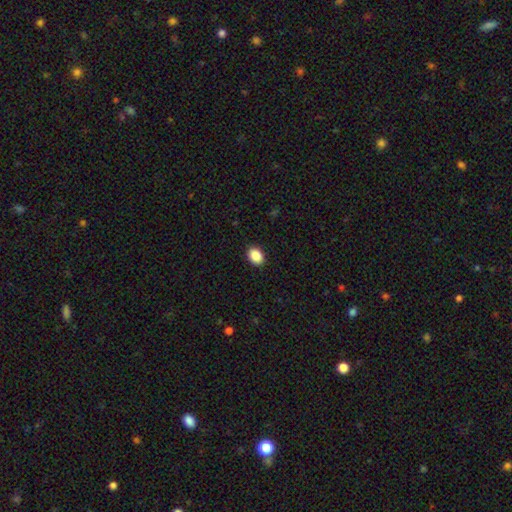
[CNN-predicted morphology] This appears to be a smooth galaxy with no disk features (89%) that is in between round and cigar-shaped (66%). Merging: none (91%).